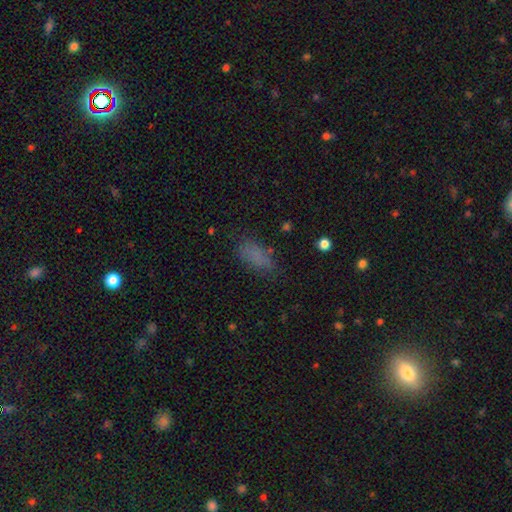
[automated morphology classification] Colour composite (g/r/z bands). It shows a smooth galaxy with no disk features (77%) that is in between round and cigar-shaped (81%). Merging: none (68%).